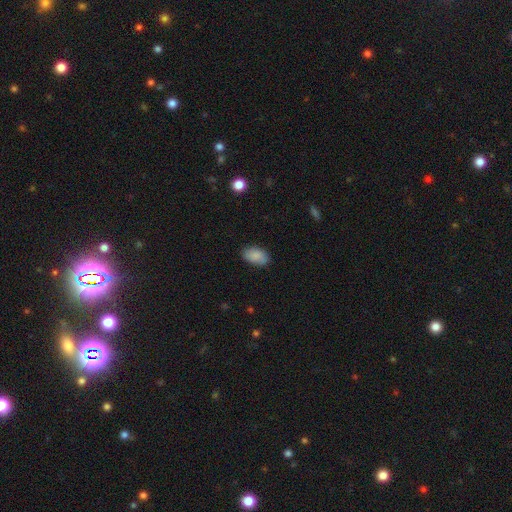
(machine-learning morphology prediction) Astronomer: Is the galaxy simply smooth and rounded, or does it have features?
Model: smooth — 85%.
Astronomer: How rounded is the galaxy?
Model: in between — 93%.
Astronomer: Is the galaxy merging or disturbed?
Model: none — 82%.